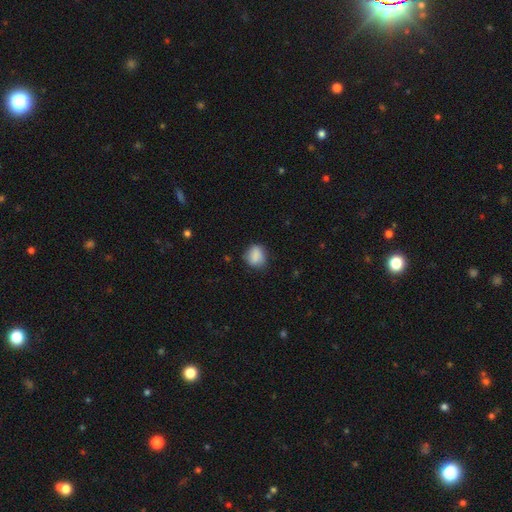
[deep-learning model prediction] Overall: smooth (85%). How rounded: round (58%; in between 41%). Merging: none (71%).